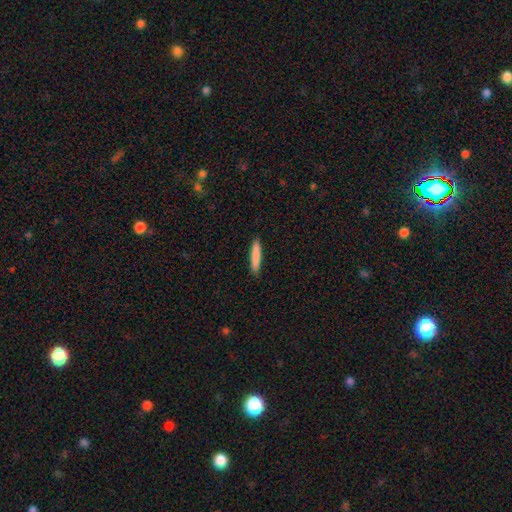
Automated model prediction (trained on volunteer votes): Overall: smooth (84%). How rounded: cigar-shaped (91%). Merging: none (91%).